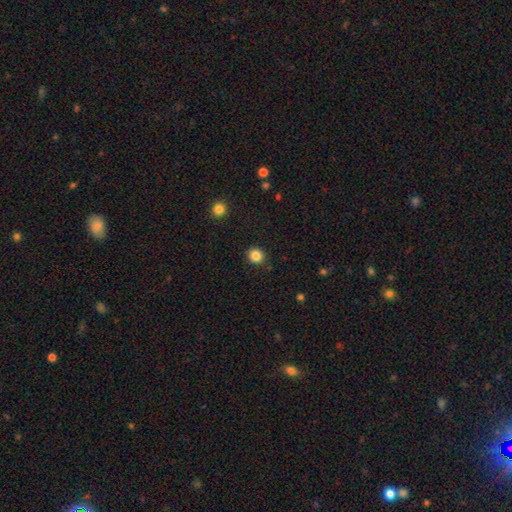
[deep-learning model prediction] Smooth or featured?
  - smooth: 85% *
  - star or artifact: 11%
  - featured or disk: 4%
How rounded?
  - round: 86% *
  - in between: 13%
  - cigar-shaped: 1%
Merging?
  - none: 91% *
  - minor disturbance: 6%
  - major disturbance: 2%
  - merger: 1%